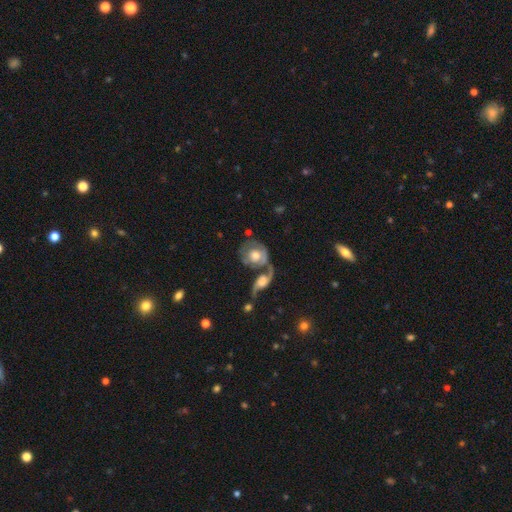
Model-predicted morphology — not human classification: Overall: featured or disk (62%; smooth 32%). Edge-on disk: no (94%). Bar: no (75%). Spiral arms: yes (68%; no 32%). Bulge size: moderate (54%; large 28%). Merging: merger (47%; none 31%).